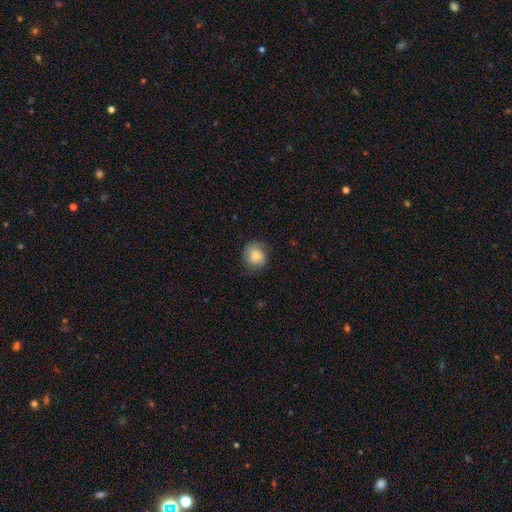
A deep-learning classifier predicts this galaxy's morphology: Smooth or featured? smooth (77%)
How rounded? round (77%)
Merging? none (72%)